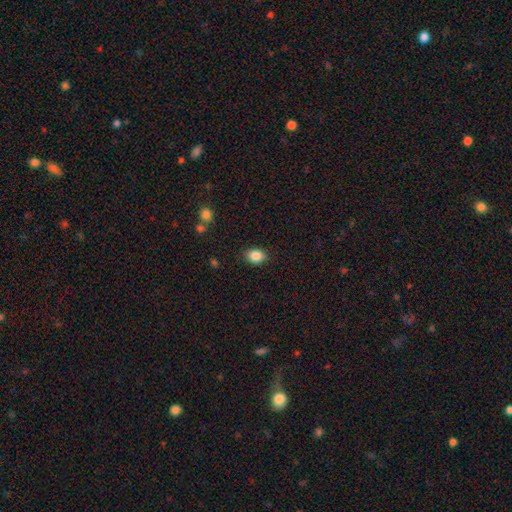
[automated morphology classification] A smooth galaxy with no disk features (86%) that is in between round and cigar-shaped (59%).

Vote fractions:
- Smooth or featured? smooth: 86% / star or artifact: 9% / featured or disk: 5%
- How rounded? in between: 59% / round: 40% / cigar-shaped: 1%
- Merging? none: 85% / minor disturbance: 11% / major disturbance: 2% / merger: 1%